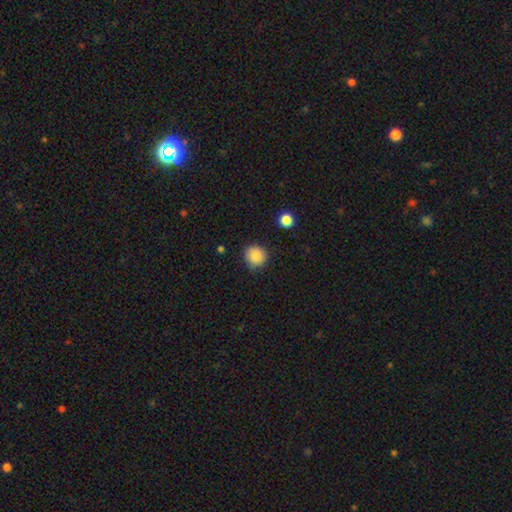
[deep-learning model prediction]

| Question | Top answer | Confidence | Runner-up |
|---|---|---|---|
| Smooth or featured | smooth | 87% | star or artifact (9%) |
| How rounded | round | 90% | in between (9%) |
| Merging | none | 84% | minor disturbance (12%) |